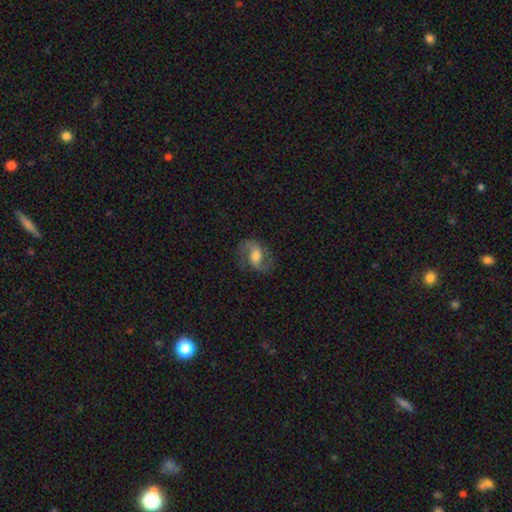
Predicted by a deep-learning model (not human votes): Smooth or featured? featured or disk (75%)
Edge-on disk? no (97%)
Bar? weak (44%)
Spiral arms? yes (92%)
Spiral winding? medium (47%)
Spiral arm count? 2 (91%)
Bulge size? moderate (61%)
Merging? none (76%)